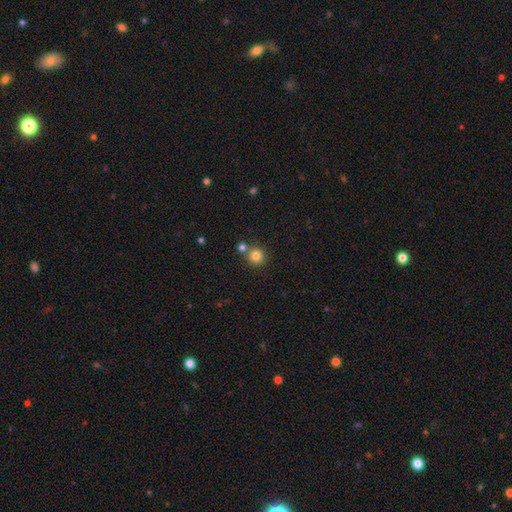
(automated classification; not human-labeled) smooth-or-featured: smooth: 82% | star or artifact: 12% | featured or disk: 6%
  how-rounded: round: 93% | in between: 6% | cigar-shaped: 1%
  merging: none: 73% | merger: 18% | minor disturbance: 7% | major disturbance: 2%